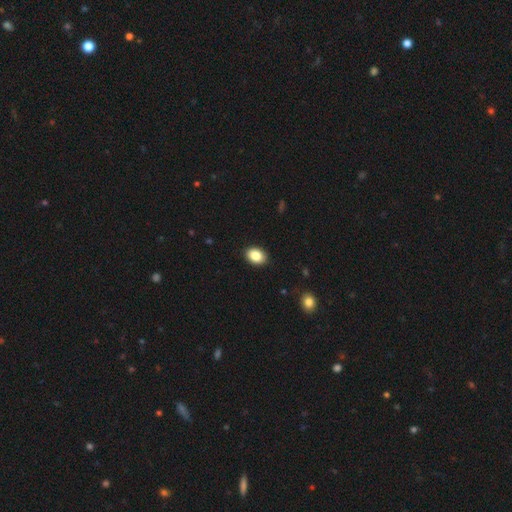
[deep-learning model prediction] Q: Smooth or featured?
A: smooth (86%); runner-up: star or artifact (8%)
Q: How rounded?
A: in between (76%); runner-up: round (23%)
Q: Merging?
A: none (90%); runner-up: minor disturbance (7%)